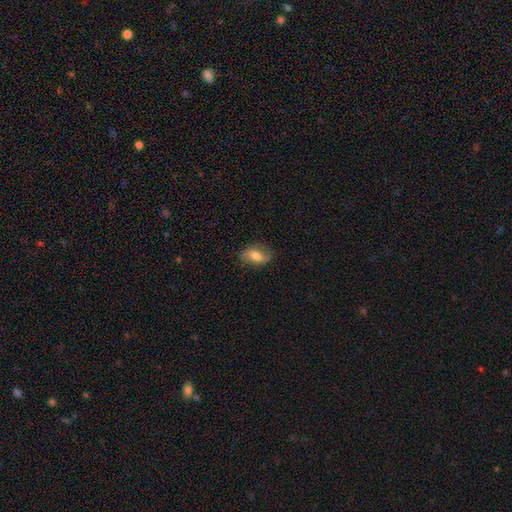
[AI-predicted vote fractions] smooth 55%, featured or disk 37%, star or artifact 8%. Down the decision tree: how rounded — in between (85%); merging — none (74%).